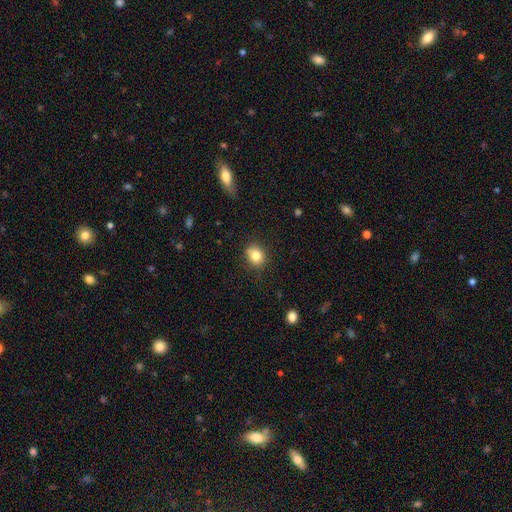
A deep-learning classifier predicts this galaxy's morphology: This is clearly a smooth galaxy (82%). How rounded: possibly round (58%). Merging: clearly none (82%).